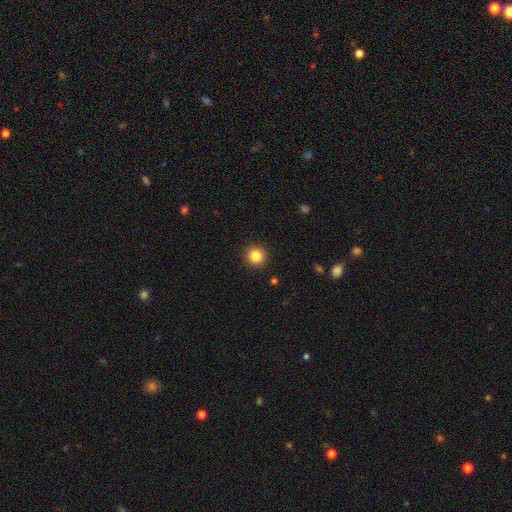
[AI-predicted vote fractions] This appears to be a smooth galaxy with no disk features (85%) that is round (95%). Merging: none (92%).